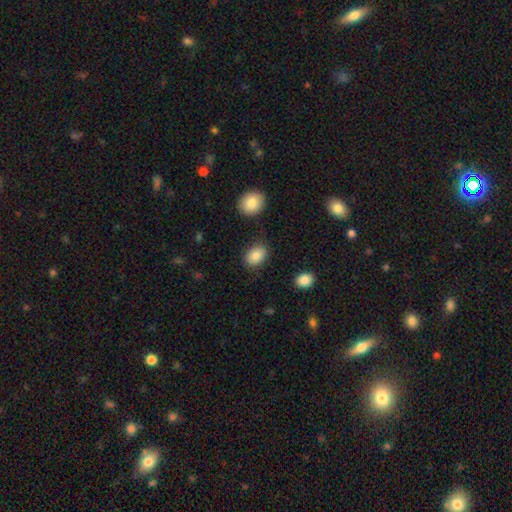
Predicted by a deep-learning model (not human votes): smooth 85%, star or artifact 8%, featured or disk 7%. Down the decision tree: how rounded — in between (80%); merging — none (82%).